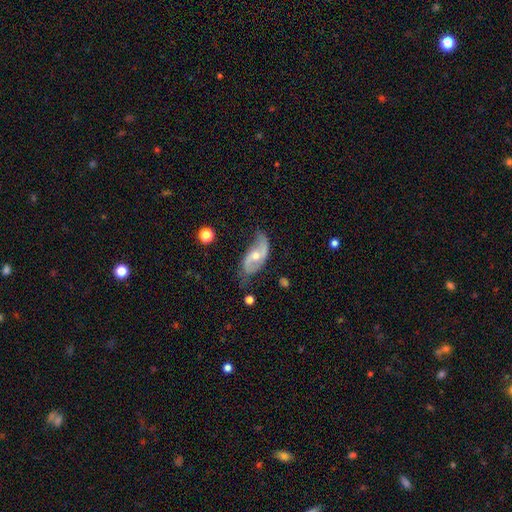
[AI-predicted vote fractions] smooth_or_featured: featured or disk (p=0.82) [alt: smooth p=0.13]
disk_edge_on: no (p=0.94) [alt: yes p=0.06]
bar: no (p=0.52) [alt: weak p=0.35]
has_spiral_arms: yes (p=0.93) [alt: no p=0.07]
spiral_winding: loose (p=0.61) [alt: medium p=0.29]
spiral_arm_count: 2 (p=0.89) [alt: can't tell p=0.05]
bulge_size: moderate (p=0.59) [alt: small p=0.37]
merging: none (p=0.63) [alt: minor disturbance p=0.25]